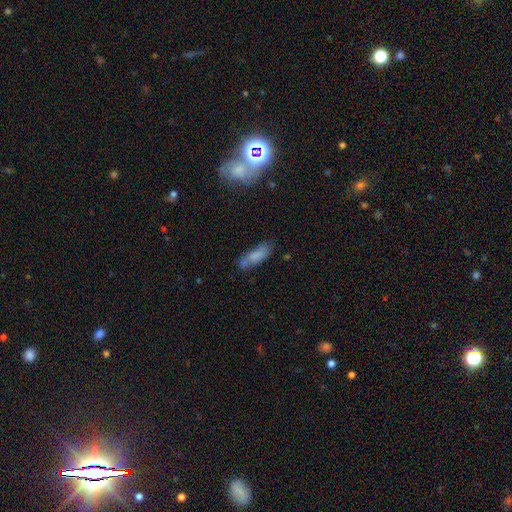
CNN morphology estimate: smooth_or_featured: smooth (p=0.70) [alt: featured or disk p=0.20]
how_rounded: in between (p=0.50) [alt: cigar-shaped p=0.48]
merging: none (p=0.54) [alt: minor disturbance p=0.24]